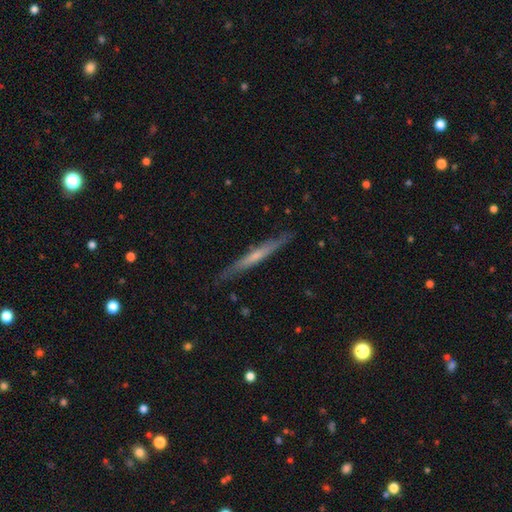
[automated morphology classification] Smooth or featured? Predicted: featured or disk (p=0.54). Edge-on disk? Predicted: yes (p=0.95). Edge-on bulge? Predicted: none (p=0.65). Merging? Predicted: none (p=0.86).